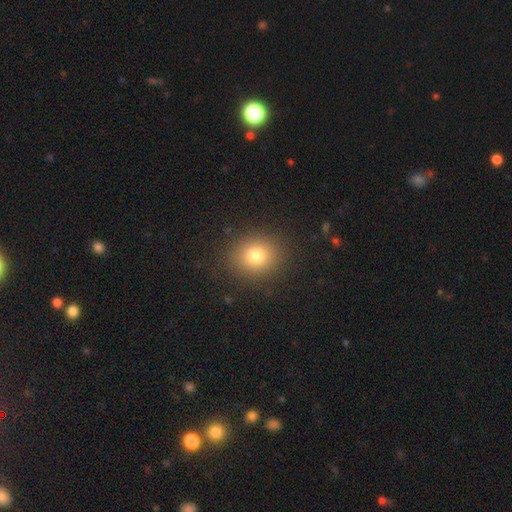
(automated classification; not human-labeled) Smooth or featured?
  - smooth: 79% *
  - star or artifact: 13%
  - featured or disk: 8%
How rounded?
  - round: 79% *
  - in between: 20%
  - cigar-shaped: 1%
Merging?
  - none: 89% *
  - minor disturbance: 7%
  - major disturbance: 3%
  - merger: 1%